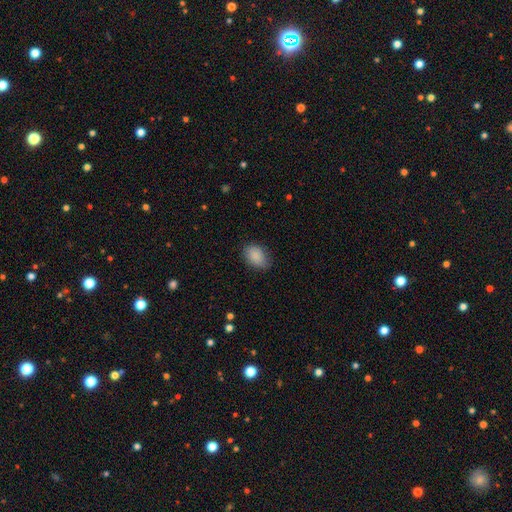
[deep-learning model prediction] This appears to be a smooth galaxy with no disk features (88%) that is in between round and cigar-shaped (82%). Merging: none (78%).